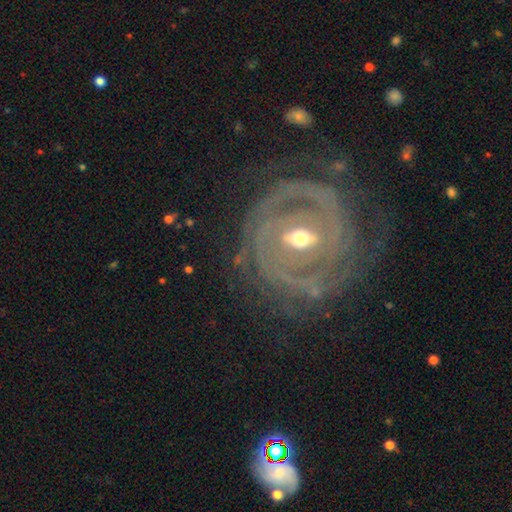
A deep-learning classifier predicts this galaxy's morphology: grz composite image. It shows a featured or disk galaxy (89%) with a weak bar (41%), 2 (28%) tight (80%) spiral arms (95%) and a moderate central bulge (60%). Merging: none (75%).